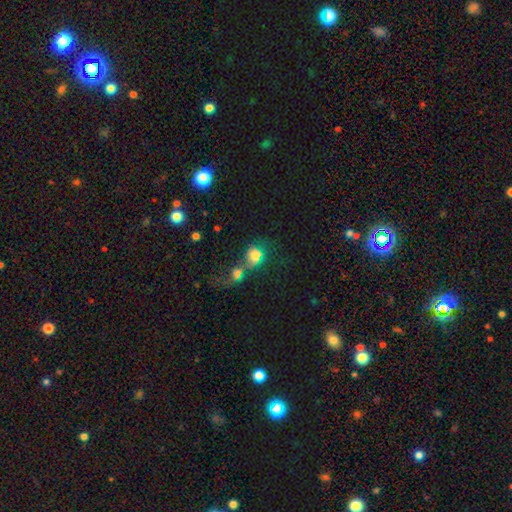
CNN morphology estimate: Smooth or featured?
  - smooth: 59% *
  - star or artifact: 21%
  - featured or disk: 19%
How rounded?
  - round: 66% *
  - in between: 32%
  - cigar-shaped: 2%
Merging?
  - merger: 56% *
  - none: 22%
  - major disturbance: 13%
  - minor disturbance: 9%